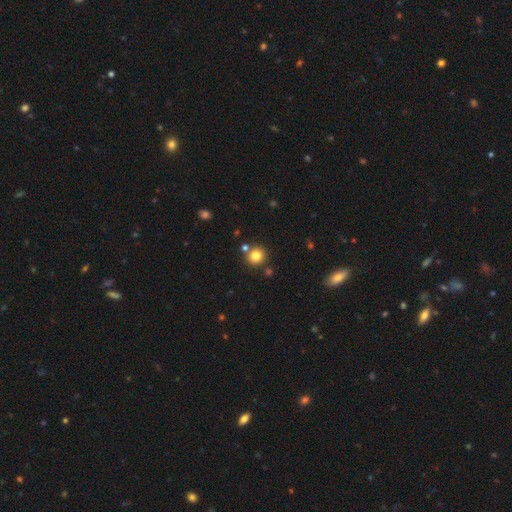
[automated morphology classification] Q: Smooth or featured?
A: smooth (81%); runner-up: star or artifact (12%)
Q: How rounded?
A: round (88%); runner-up: in between (11%)
Q: Merging?
A: none (80%); runner-up: merger (10%)